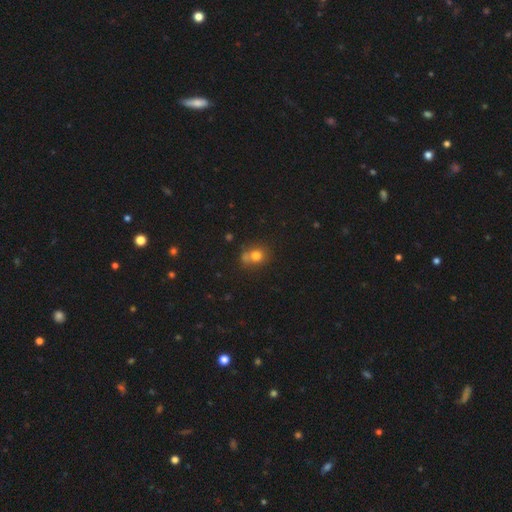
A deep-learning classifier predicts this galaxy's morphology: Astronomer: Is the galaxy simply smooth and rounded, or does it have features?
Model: smooth — 76%.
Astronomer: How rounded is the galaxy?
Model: round — 74%.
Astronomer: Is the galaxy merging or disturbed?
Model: none — 53%.